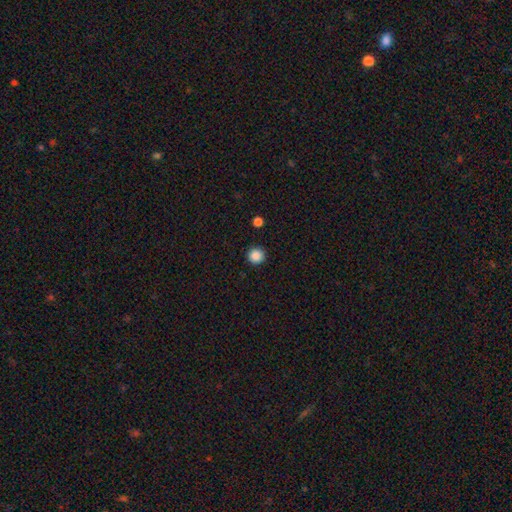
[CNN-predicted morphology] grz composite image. It shows a smooth galaxy with no disk features (88%) that is round (95%). Merging: none (92%).